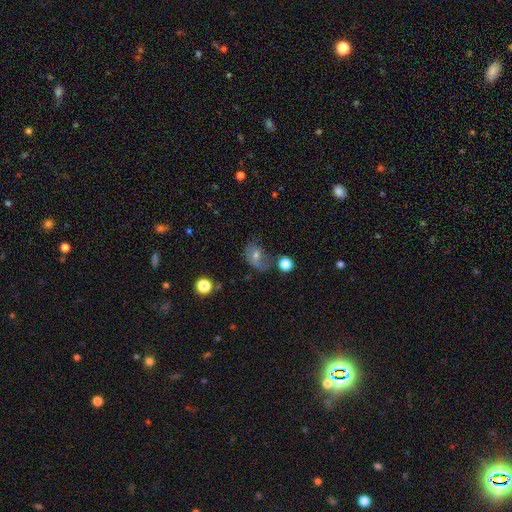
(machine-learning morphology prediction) Q: Smooth or featured?
A: smooth (44%); runner-up: featured or disk (37%)
Q: Merging?
A: none (44%); runner-up: minor disturbance (27%)